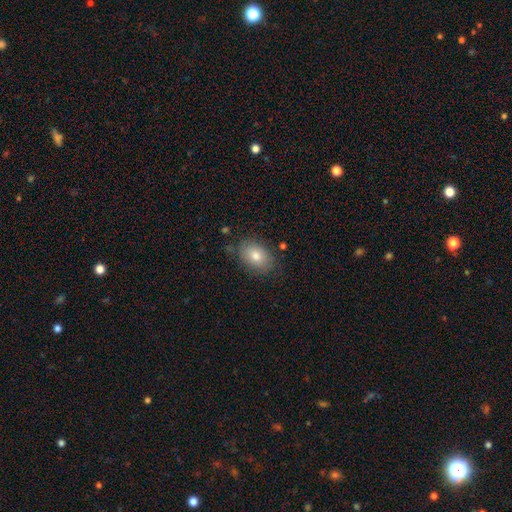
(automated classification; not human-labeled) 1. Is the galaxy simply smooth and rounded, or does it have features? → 79% smooth, 13% featured or disk, 8% star or artifact.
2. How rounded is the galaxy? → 82% in between, 17% round, 1% cigar-shaped.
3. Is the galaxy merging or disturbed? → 80% none, 15% minor disturbance, 3% major disturbance, 2% merger.